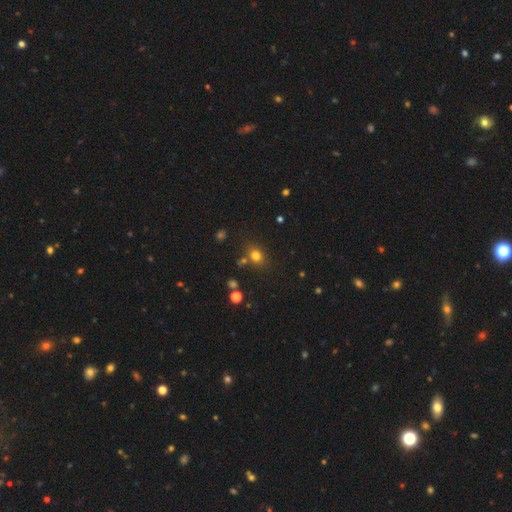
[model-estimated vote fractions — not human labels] Smooth or featured? smooth (76%)
How rounded? round (58%)
Merging? none (75%)